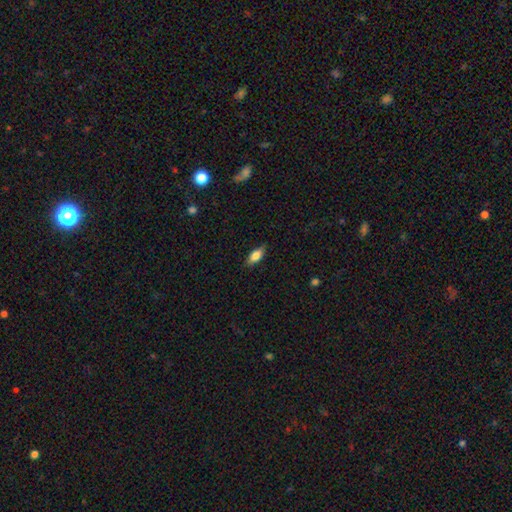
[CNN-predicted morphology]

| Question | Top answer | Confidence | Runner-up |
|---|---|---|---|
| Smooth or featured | smooth | 78% | featured or disk (15%) |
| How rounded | in between | 83% | cigar-shaped (14%) |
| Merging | none | 84% | minor disturbance (13%) |